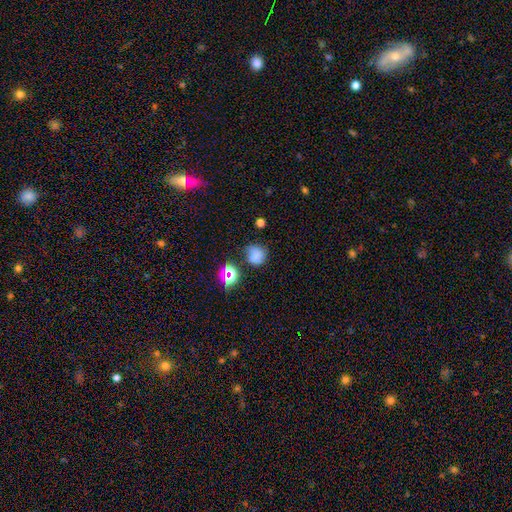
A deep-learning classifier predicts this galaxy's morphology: Smooth or featured?
  - smooth: 64% *
  - star or artifact: 21%
  - featured or disk: 15%
How rounded?
  - round: 72% *
  - in between: 27%
  - cigar-shaped: 1%
Merging?
  - none: 49% *
  - minor disturbance: 26%
  - major disturbance: 15%
  - merger: 10%